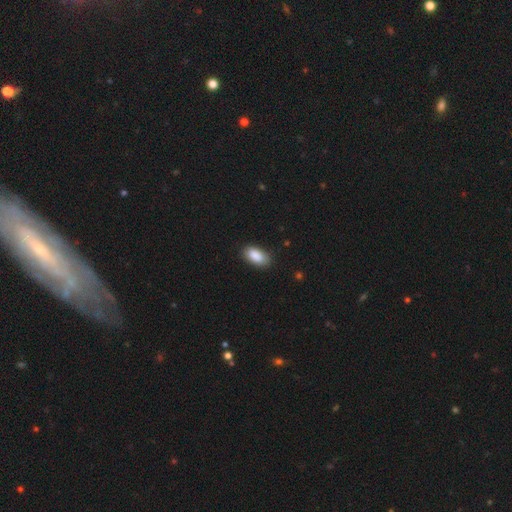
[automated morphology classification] type=smooth (89%); roundness=in between (94%); merging=none (84%).